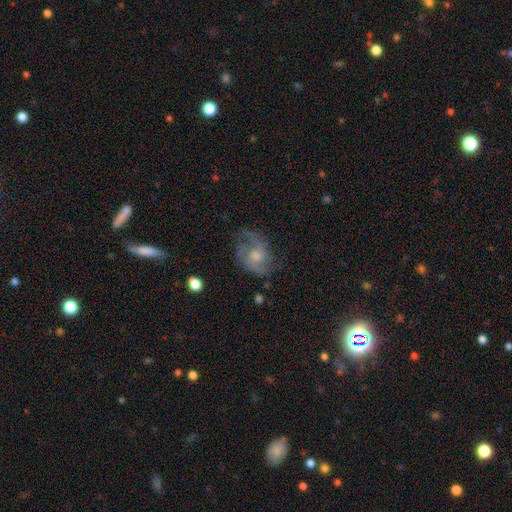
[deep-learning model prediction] Morphology: type=featured or disk (75%); edge-on=no (97%); bar=no (70%); spiral arms=yes (92%); winding=medium (49%); arm count=2 (55%); bulge=moderate (56%); merging=none (68%).